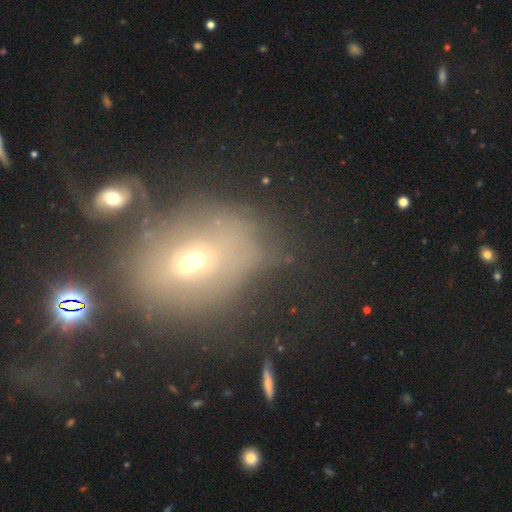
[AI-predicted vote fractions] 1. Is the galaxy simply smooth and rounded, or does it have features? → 46% smooth, 27% star or artifact, 27% featured or disk.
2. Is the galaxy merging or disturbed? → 45% none, 19% major disturbance, 19% minor disturbance, 17% merger.